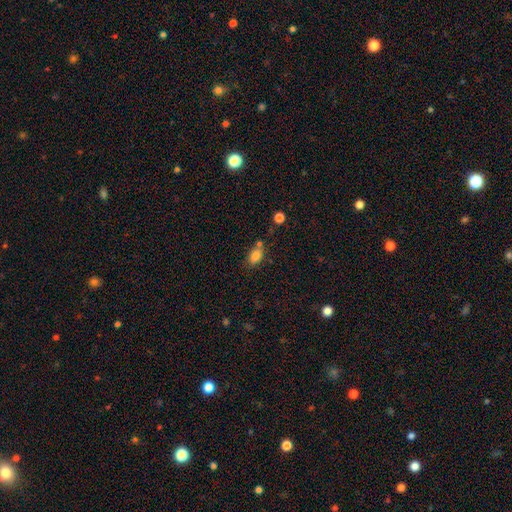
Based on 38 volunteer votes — Smooth or featured? 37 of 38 (97%) said smooth. How rounded? 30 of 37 (81%) said in between. Merging? 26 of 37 (70%) said none.